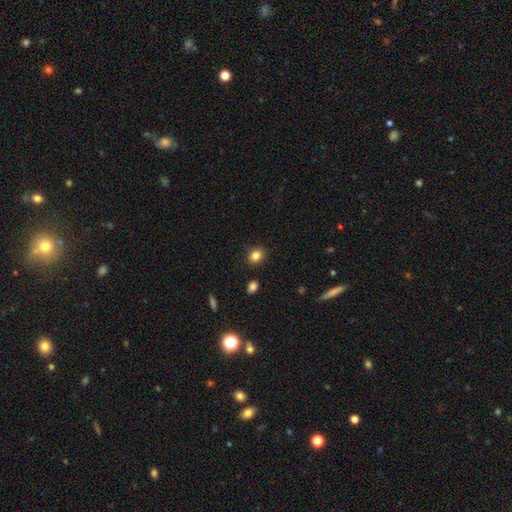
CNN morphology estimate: A smooth galaxy with no disk features (84%) that is round (55%). Merging: none (87%).